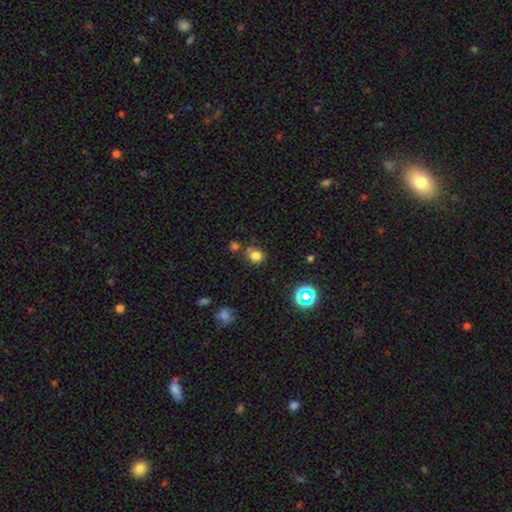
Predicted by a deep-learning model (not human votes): Q: Smooth or featured?
A: smooth (75%); runner-up: star or artifact (18%)
Q: How rounded?
A: round (64%); runner-up: in between (35%)
Q: Merging?
A: none (66%); runner-up: merger (15%)